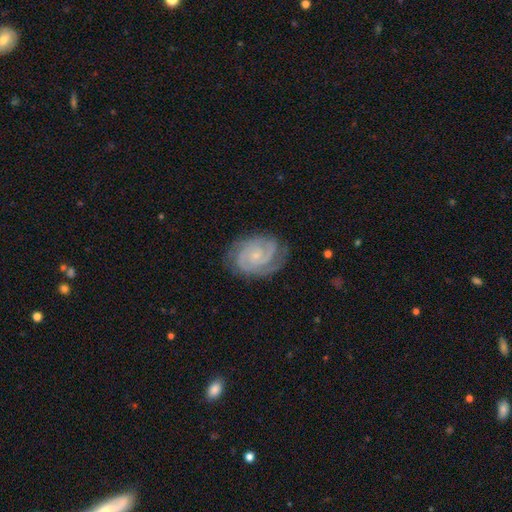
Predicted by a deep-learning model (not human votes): smooth-or-featured: featured or disk: 90% | smooth: 6% | star or artifact: 5%
  disk-edge-on: no: 98% | yes: 2%
    bar: no: 70% | weak: 24% | strong: 5%
    has-spiral-arms: yes: 98% | no: 2%
      spiral-winding: tight: 71% | medium: 25% | loose: 3%
      spiral-arm-count: 2: 61% | 3: 19% | can't tell: 9% | 4: 4% | 1: 4% | more than 4: 3%
    bulge-size: small: 78% | moderate: 13% | none: 7% | large: 1% | dominant: 1%
  merging: none: 79% | minor disturbance: 15% | major disturbance: 5% | merger: 1%